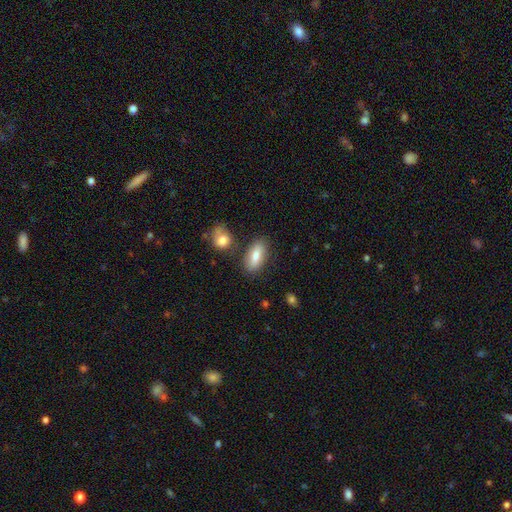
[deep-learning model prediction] Smooth or featured: smooth — 77% (featured or disk — 16%)
How rounded: in between — 82% (cigar-shaped — 14%)
Merging: none — 78% (minor disturbance — 12%)